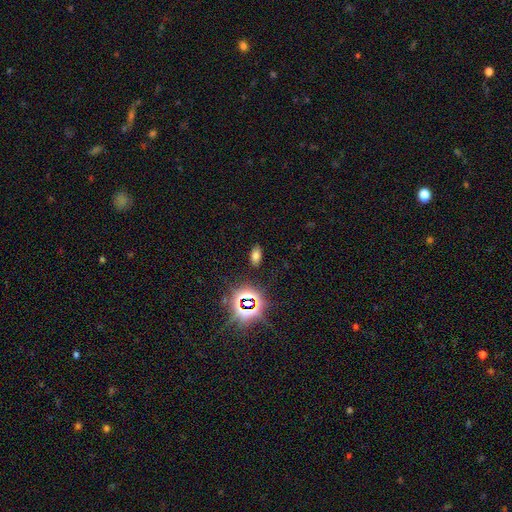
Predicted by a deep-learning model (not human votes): Morphology: type=smooth (64%); roundness=in between (90%); merging=none (86%).